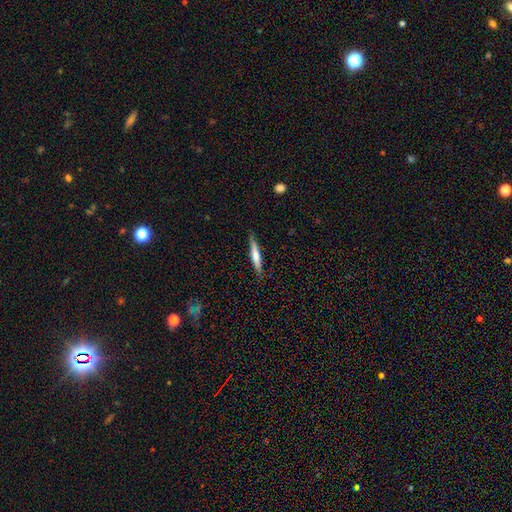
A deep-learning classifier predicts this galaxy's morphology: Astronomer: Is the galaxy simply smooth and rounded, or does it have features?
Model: smooth — 50% (runner-up: featured or disk, 44%).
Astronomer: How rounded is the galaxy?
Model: cigar-shaped — 92%.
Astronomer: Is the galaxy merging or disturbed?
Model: none — 85%.